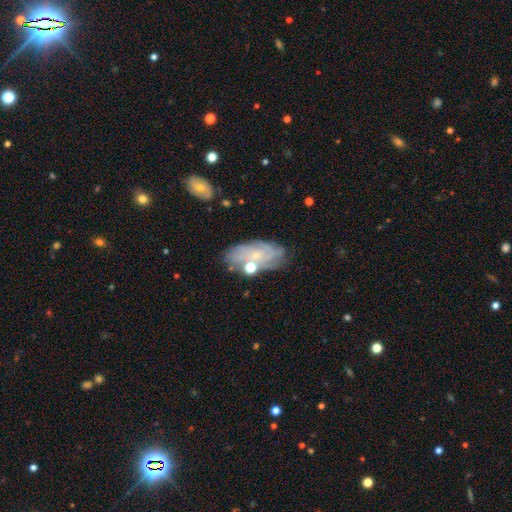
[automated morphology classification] Smooth or featured?
  - featured or disk: 67% *
  - smooth: 23%
  - star or artifact: 9%
Edge-on disk?
  - no: 94% *
  - yes: 6%
Bar?
  - no: 80% *
  - weak: 17%
  - strong: 3%
Spiral arms?
  - yes: 80% *
  - no: 20%
Spiral winding?
  - tight: 61% *
  - medium: 28%
  - loose: 10%
Spiral arm count?
  - can't tell: 53% *
  - 3: 13%
  - 2: 12%
  - 4: 11%
  - more than 4: 6%
  - 1: 4%
Bulge size?
  - small: 74% *
  - moderate: 19%
  - none: 4%
  - large: 1%
  - dominant: 1%
Merging?
  - none: 64% *
  - minor disturbance: 19%
  - merger: 9%
  - major disturbance: 7%